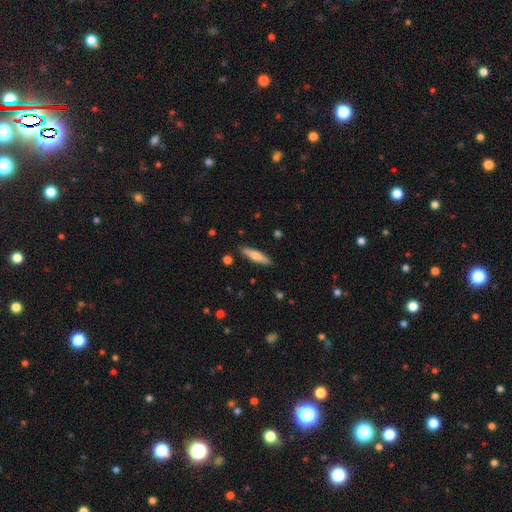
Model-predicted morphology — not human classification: smooth 60%, featured or disk 34%, star or artifact 6%. Down the decision tree: how rounded — cigar-shaped (78%); merging — none (88%).